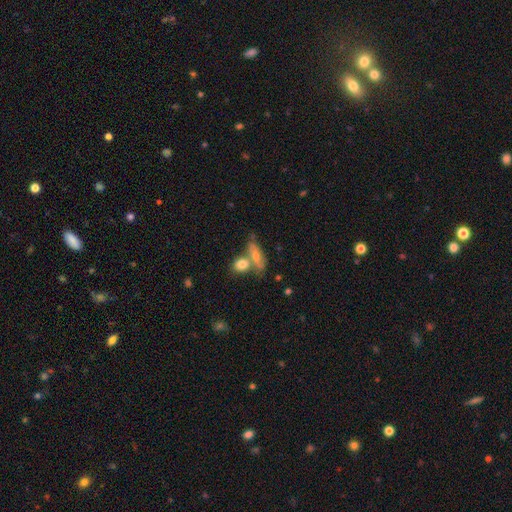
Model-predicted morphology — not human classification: This is possibly a smooth galaxy (55%). How rounded: possibly in between (49%). Merging: possibly none (46%).